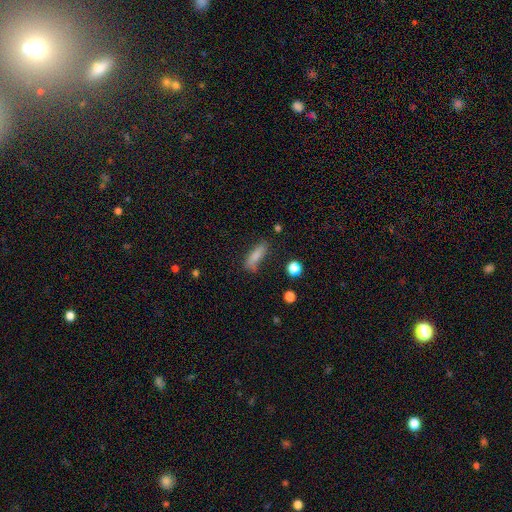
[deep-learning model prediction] This appears to be a smooth galaxy with no disk features (81%) that is cigar-shaped (49%). Merging: none (65%).